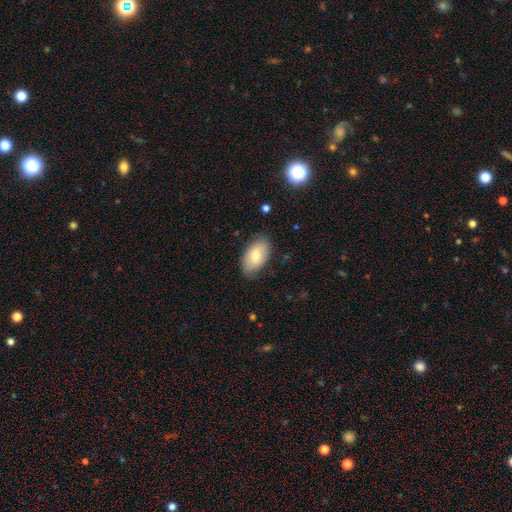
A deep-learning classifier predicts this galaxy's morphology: Q: Smooth or featured?
A: smooth (72%); runner-up: featured or disk (22%)
Q: How rounded?
A: in between (94%); runner-up: round (4%)
Q: Merging?
A: none (77%); runner-up: minor disturbance (18%)